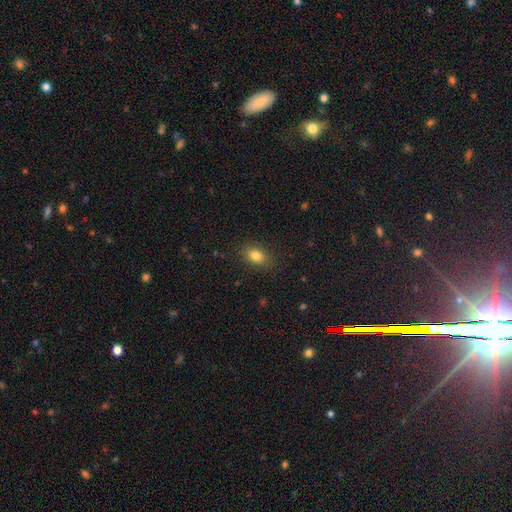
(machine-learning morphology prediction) Smooth or featured?
  - smooth: 83% *
  - star or artifact: 10%
  - featured or disk: 7%
How rounded?
  - in between: 81% *
  - round: 17%
  - cigar-shaped: 2%
Merging?
  - none: 86% *
  - minor disturbance: 10%
  - major disturbance: 3%
  - merger: 1%